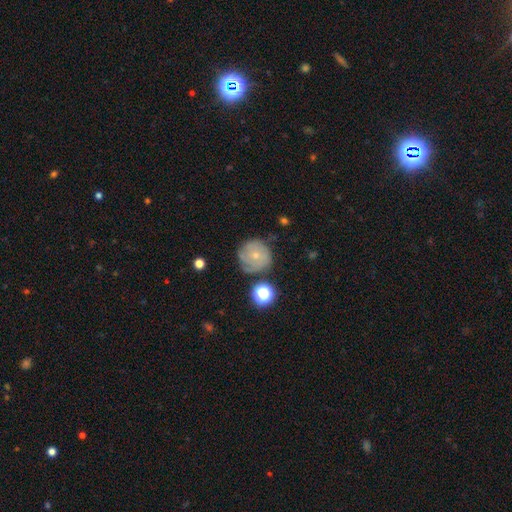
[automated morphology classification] featured or disk 49%, smooth 40%, star or artifact 11%. Down the decision tree: merging — none (63%).